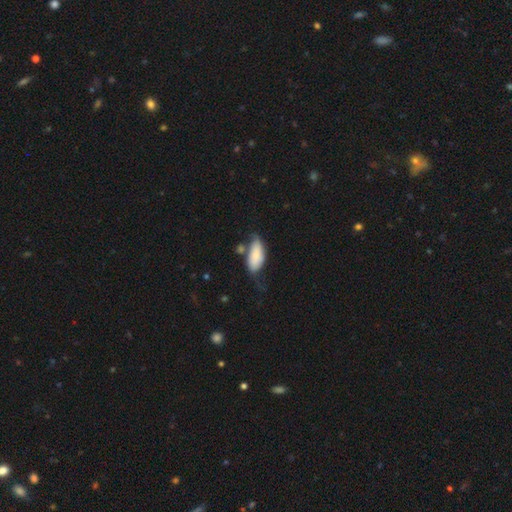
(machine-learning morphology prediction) This appears to be a smooth galaxy with no disk features (76%) that is in between round and cigar-shaped (91%). Merging: none (36%).